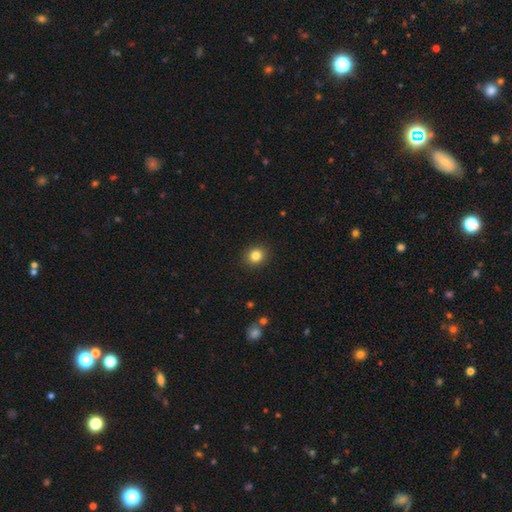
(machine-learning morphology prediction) smooth-or-featured: smooth: 83% | star or artifact: 11% | featured or disk: 6%
  how-rounded: round: 77% | in between: 22% | cigar-shaped: 1%
  merging: none: 91% | minor disturbance: 6% | major disturbance: 2% | merger: 1%